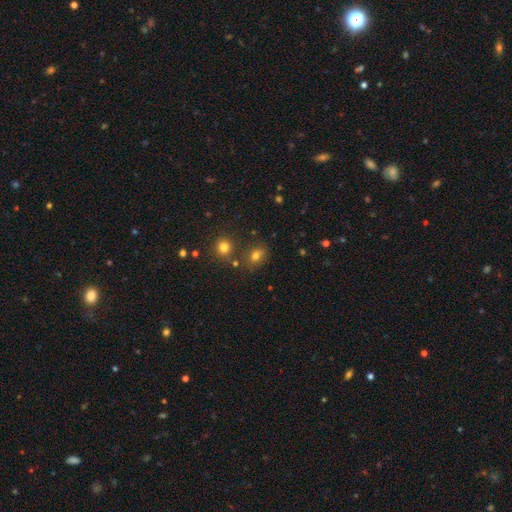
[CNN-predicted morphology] A smooth galaxy with no disk features (73%) that is in between round and cigar-shaped (60%). Merging: none (72%).